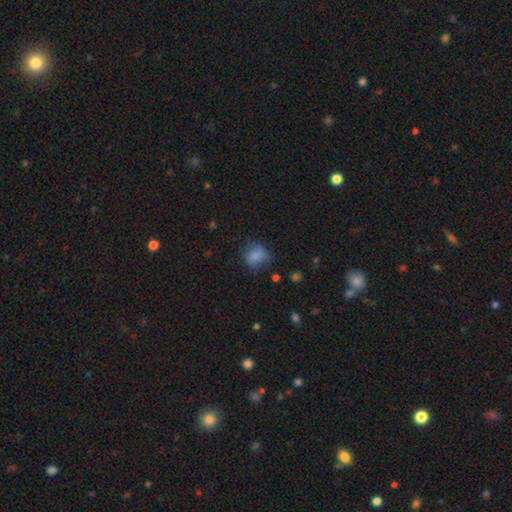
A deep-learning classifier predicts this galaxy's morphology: smooth 79%, star or artifact 11%, featured or disk 11%. Down the decision tree: how rounded — round (64%); merging — none (56%).